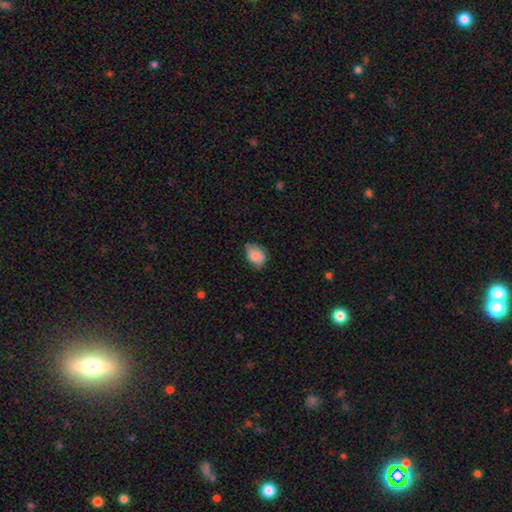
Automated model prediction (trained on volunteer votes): Overall: smooth (82%). How rounded: in between (77%). Merging: none (61%; minor disturbance 32%).